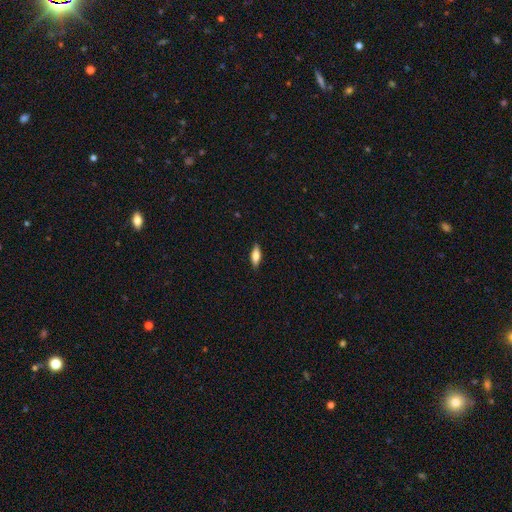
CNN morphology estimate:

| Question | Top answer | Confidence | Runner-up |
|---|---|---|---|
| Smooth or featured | smooth | 70% | featured or disk (23%) |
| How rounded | in between | 59% | cigar-shaped (39%) |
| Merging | none | 88% | minor disturbance (9%) |